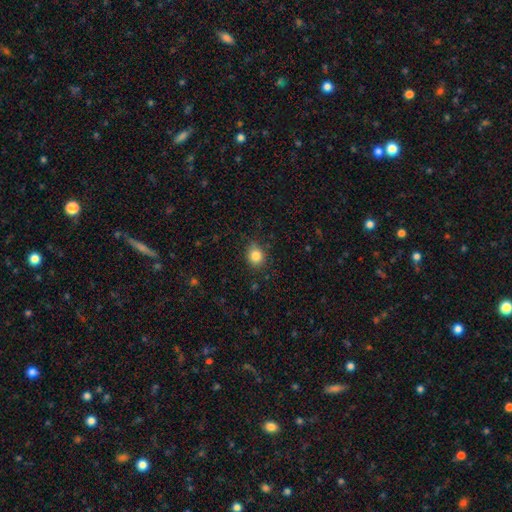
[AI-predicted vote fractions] Overall: smooth (84%). How rounded: round (73%). Merging: none (83%).